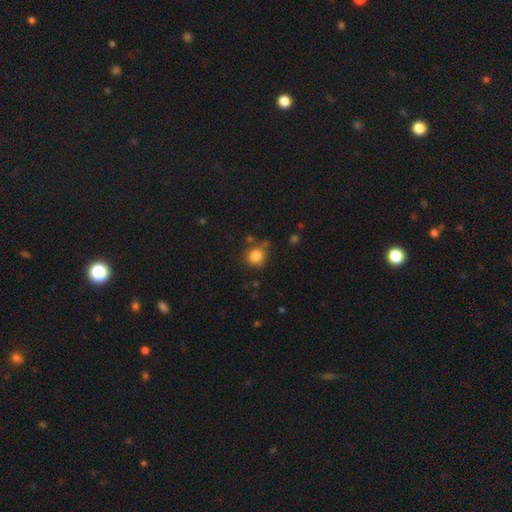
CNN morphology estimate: This is clearly a smooth galaxy (83%). How rounded: clearly round (82%). Merging: likely none (70%).